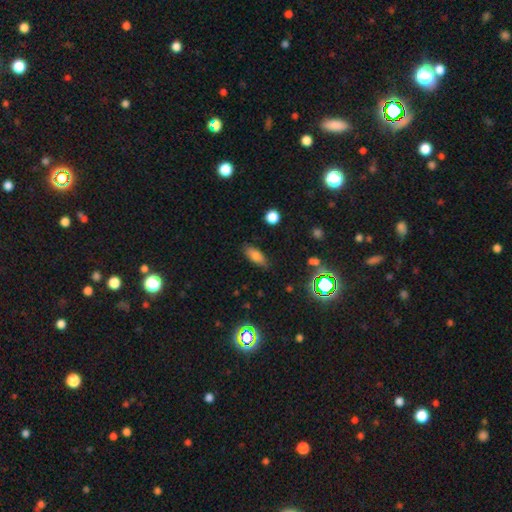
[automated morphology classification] Smooth or featured?
  - smooth: 76% *
  - featured or disk: 12%
  - star or artifact: 12%
How rounded?
  - in between: 81% *
  - cigar-shaped: 15%
  - round: 4%
Merging?
  - none: 83% *
  - minor disturbance: 13%
  - major disturbance: 3%
  - merger: 2%